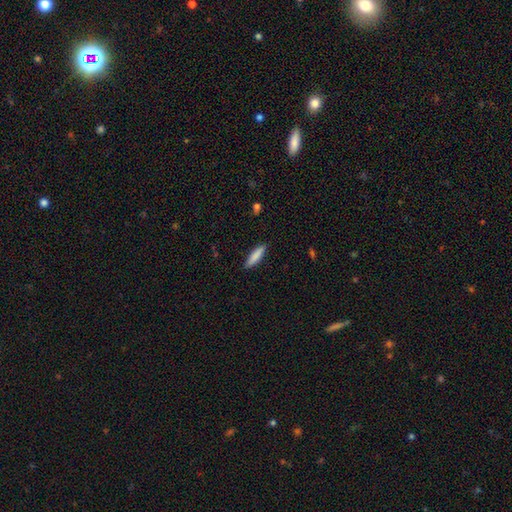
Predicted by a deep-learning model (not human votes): Smooth or featured: smooth — 83% (featured or disk — 11%)
How rounded: cigar-shaped — 79% (in between — 20%)
Merging: none — 88% (minor disturbance — 9%)